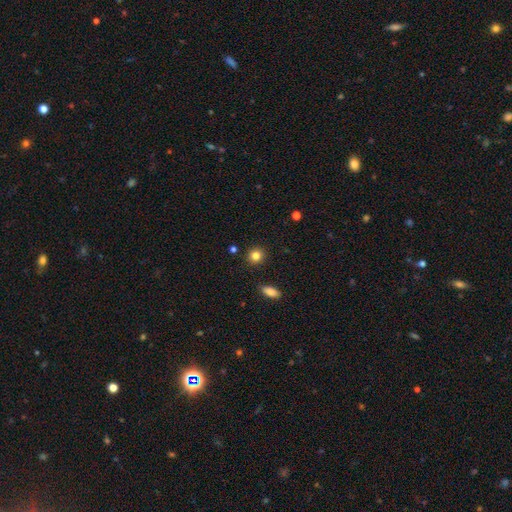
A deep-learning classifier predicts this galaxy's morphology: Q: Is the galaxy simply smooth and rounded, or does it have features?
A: smooth — 83%.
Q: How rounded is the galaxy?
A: round — 88%.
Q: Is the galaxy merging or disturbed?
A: none — 90%.